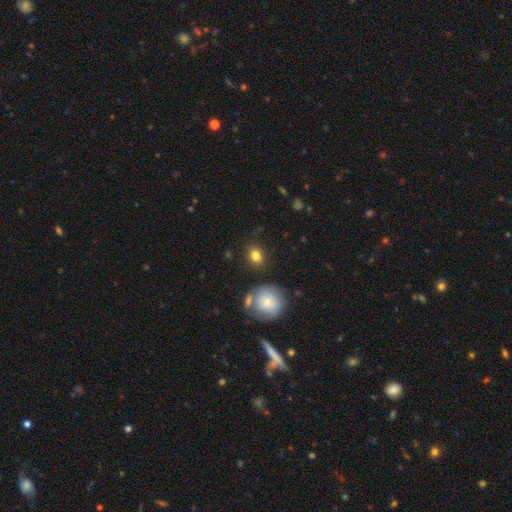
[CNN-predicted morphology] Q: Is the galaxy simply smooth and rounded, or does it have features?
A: smooth — 82%.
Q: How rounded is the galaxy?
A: round — 61%.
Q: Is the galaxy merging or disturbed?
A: none — 80%.